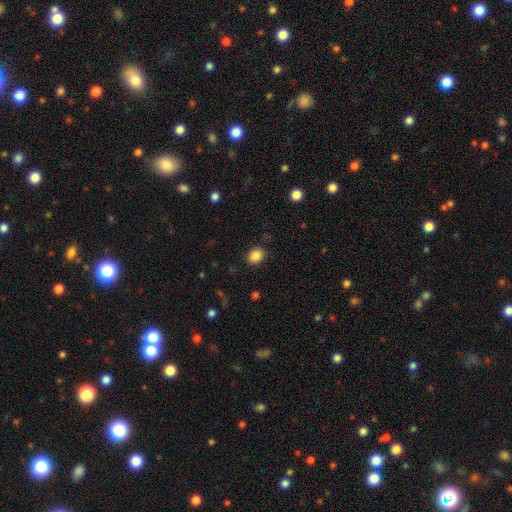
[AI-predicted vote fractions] The model was most divided on "how rounded": round: 60%, in between: 39%, cigar-shaped: 1%. More confident: merging — none (88%); smooth or featured — smooth (86%).